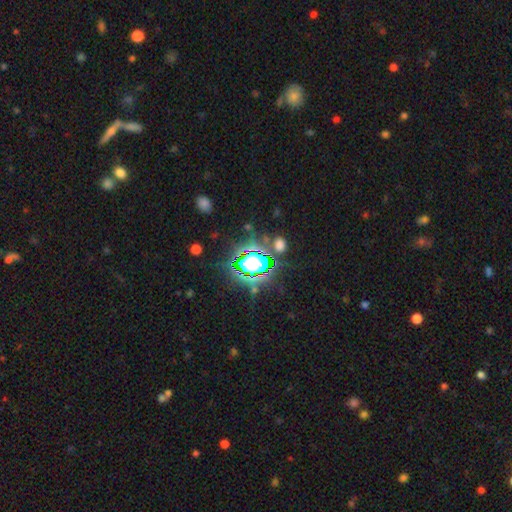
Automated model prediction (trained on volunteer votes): smooth_or_featured: star or artifact (p=0.77) [alt: smooth p=0.14]